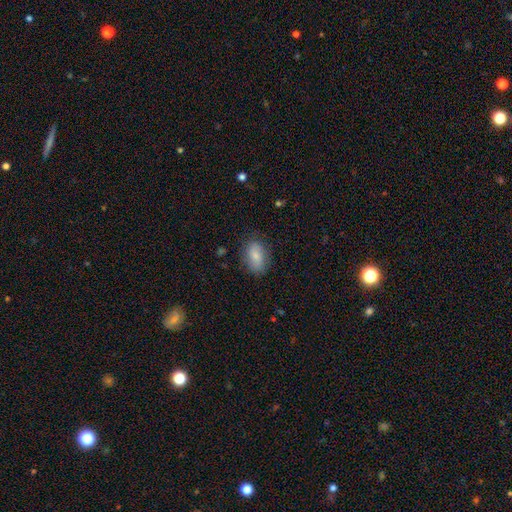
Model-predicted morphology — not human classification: A smooth galaxy with no disk features (80%) that is in between round and cigar-shaped (90%). Merging: none (81%).